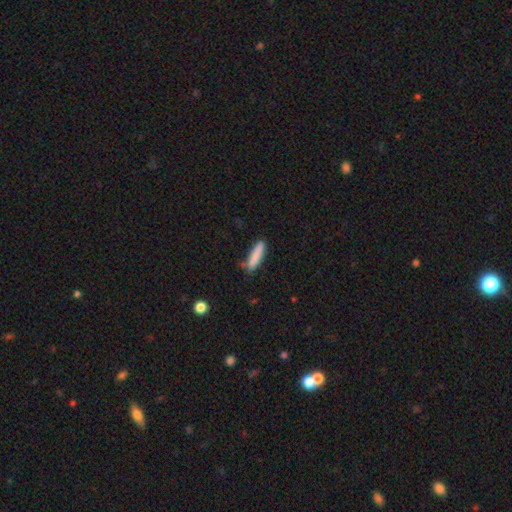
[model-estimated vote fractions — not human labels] This is clearly a smooth galaxy (85%). How rounded: clearly cigar-shaped (81%). Merging: clearly none (81%).